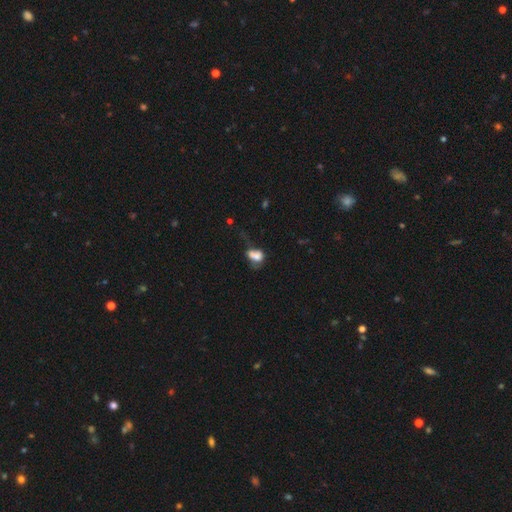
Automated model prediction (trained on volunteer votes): Smooth or featured? smooth (64%)
How rounded? in between (74%)
Merging? major disturbance (35%)